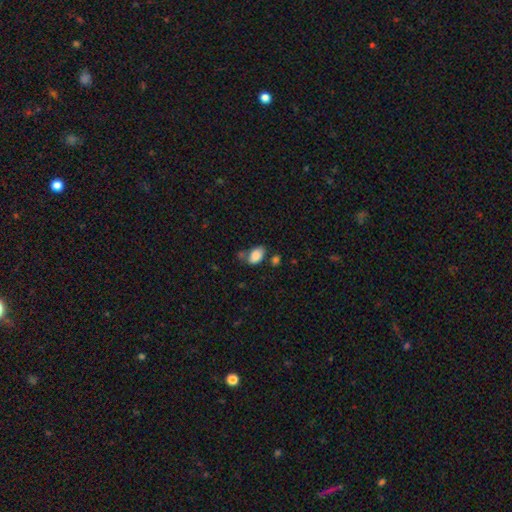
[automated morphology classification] smooth 86%, star or artifact 8%, featured or disk 6%. Down the decision tree: how rounded — in between (89%); merging — none (54%).